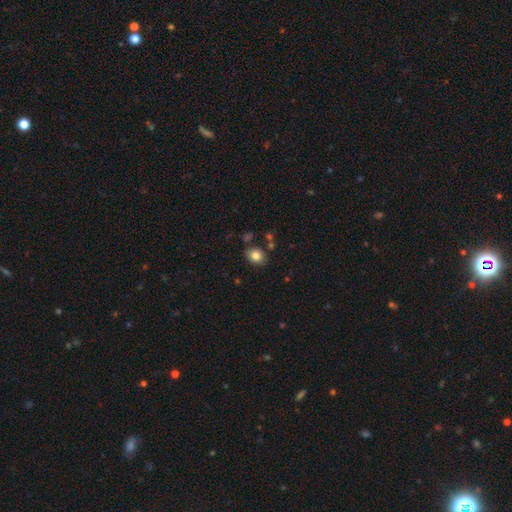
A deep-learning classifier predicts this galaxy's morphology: smooth-or-featured: smooth: 82% | star or artifact: 10% | featured or disk: 7%
  how-rounded: round: 52% | in between: 47% | cigar-shaped: 1%
  merging: none: 82% | minor disturbance: 11% | merger: 5% | major disturbance: 3%